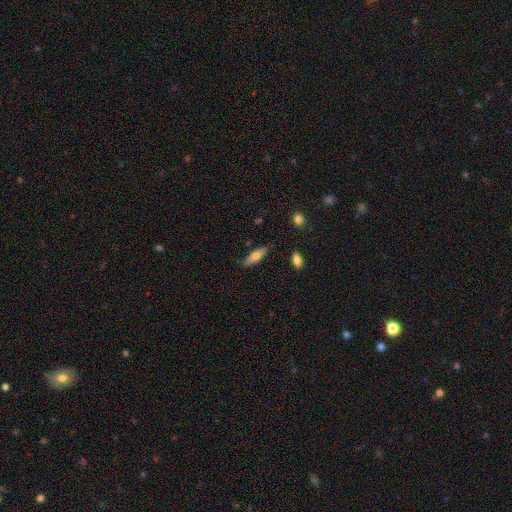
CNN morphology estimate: Q: Smooth or featured?
A: smooth (67%); runner-up: featured or disk (26%)
Q: How rounded?
A: cigar-shaped (51%); runner-up: in between (47%)
Q: Merging?
A: none (80%); runner-up: minor disturbance (15%)